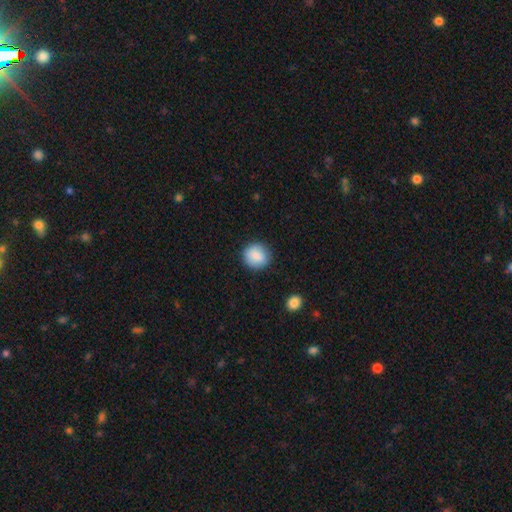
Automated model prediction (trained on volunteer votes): Smooth or featured?
  - smooth: 88% *
  - star or artifact: 7%
  - featured or disk: 5%
How rounded?
  - round: 87% *
  - in between: 12%
  - cigar-shaped: 1%
Merging?
  - none: 87% *
  - minor disturbance: 9%
  - major disturbance: 3%
  - merger: 1%